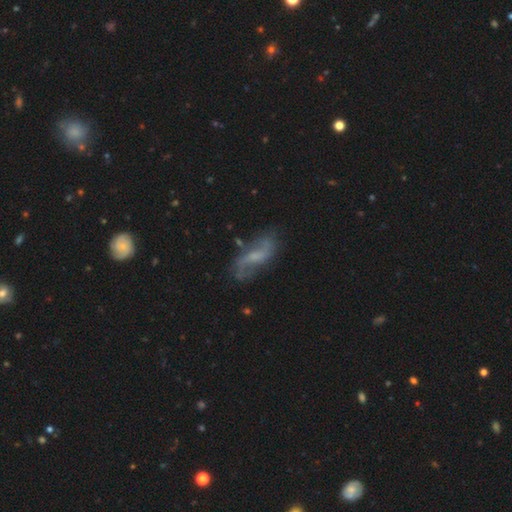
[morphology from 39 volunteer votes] This appears to be a featured or disk galaxy (79%) with a weak bar (55%), 2 (97%) loose (72%) spiral arms (100%) and a moderate central bulge (38%). Merging: none (78%).